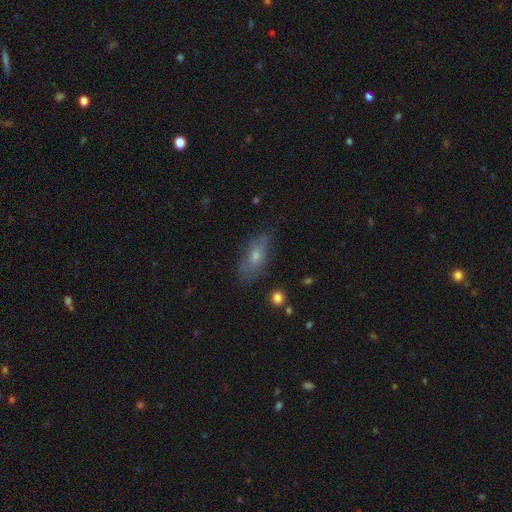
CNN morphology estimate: smooth_or_featured: smooth (p=0.59) [alt: featured or disk p=0.31]
how_rounded: in between (p=0.77) [alt: cigar-shaped p=0.18]
merging: none (p=0.64) [alt: minor disturbance p=0.25]